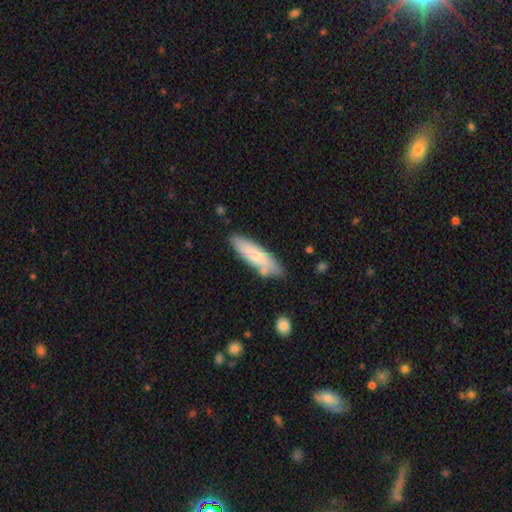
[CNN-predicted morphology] Smooth or featured: smooth — 75% (featured or disk — 19%)
How rounded: cigar-shaped — 64% (in between — 34%)
Merging: none — 78% (minor disturbance — 14%)